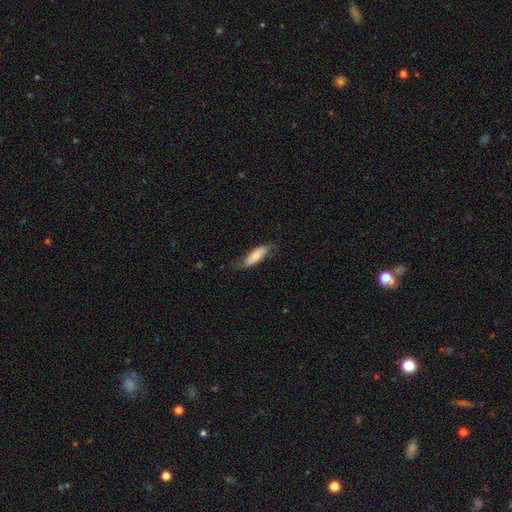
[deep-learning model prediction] Q: Smooth or featured?
A: smooth (73%); runner-up: featured or disk (21%)
Q: How rounded?
A: in between (49%); tied with: cigar-shaped (49%)
Q: Merging?
A: none (62%); runner-up: minor disturbance (28%)